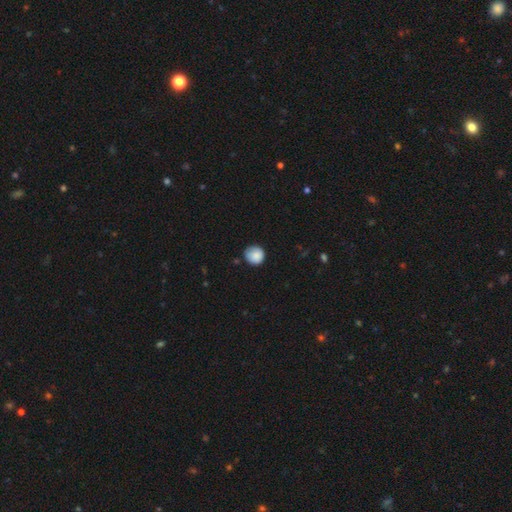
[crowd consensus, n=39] smooth 95%, featured or disk 3%, star or artifact 3%. Down the decision tree: how rounded — round (92%); merging — none (66%).